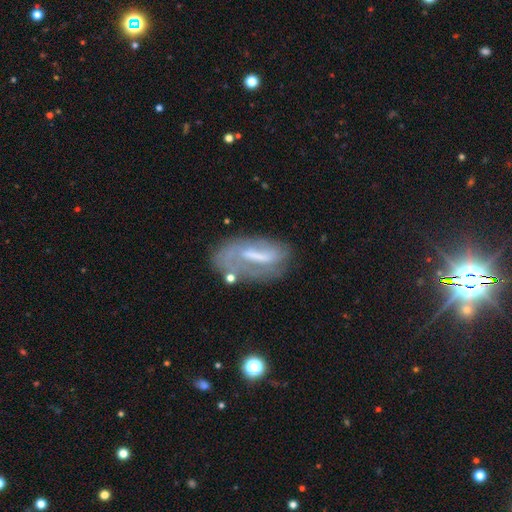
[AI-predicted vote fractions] Smooth or featured? featured or disk (63%)
Edge-on disk? no (90%)
Bar? strong (46%)
Spiral arms? yes (62%)
Bulge size? none (32%)
Merging? none (52%)